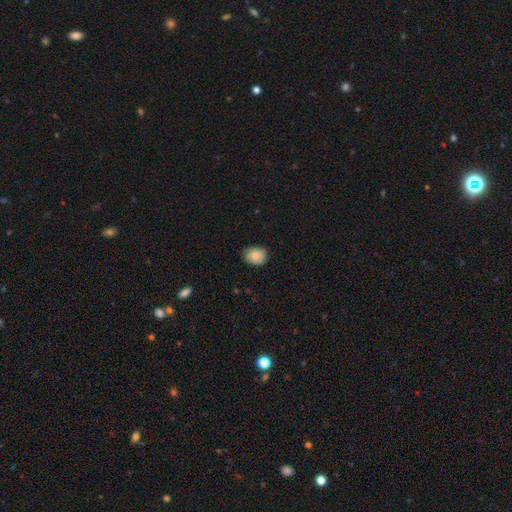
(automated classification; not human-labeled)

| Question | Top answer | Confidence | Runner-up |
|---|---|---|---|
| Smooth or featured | smooth | 80% | featured or disk (13%) |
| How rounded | in between | 52% | round (47%) |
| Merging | none | 77% | minor disturbance (19%) |